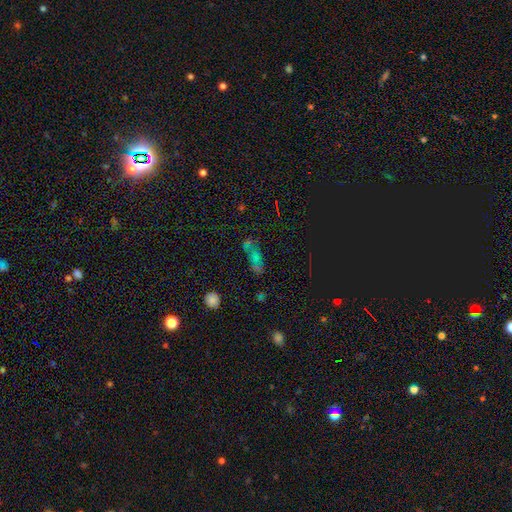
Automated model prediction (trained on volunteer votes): A star or artifact, not a galaxy (42%).